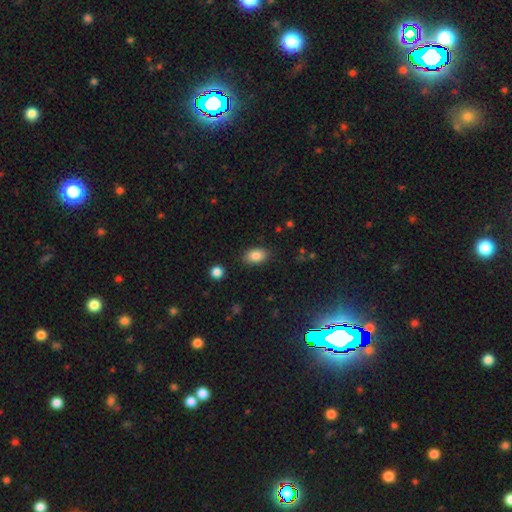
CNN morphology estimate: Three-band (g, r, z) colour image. It shows a smooth galaxy with no disk features (86%) that is in between round and cigar-shaped (88%). Merging: none (85%).